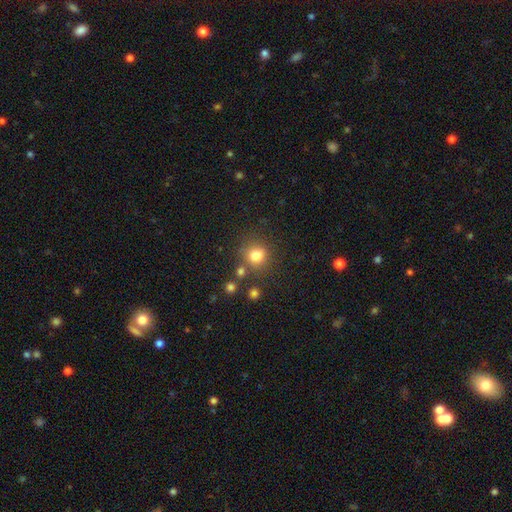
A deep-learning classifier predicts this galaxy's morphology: This is likely a smooth galaxy (78%). How rounded: likely round (78%). Merging: likely none (72%).